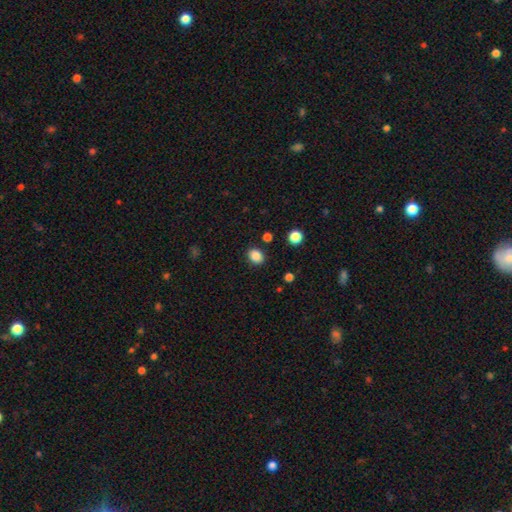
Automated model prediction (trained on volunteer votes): Smooth or featured: smooth — 86% (star or artifact — 10%)
How rounded: round — 50% (in between — 49%)
Merging: none — 87% (minor disturbance — 8%)